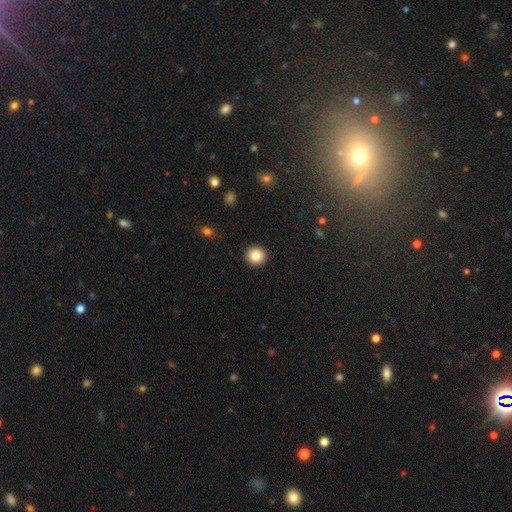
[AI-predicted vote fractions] smooth-or-featured: smooth: 85% | star or artifact: 9% | featured or disk: 5%
  how-rounded: round: 93% | in between: 6% | cigar-shaped: 1%
  merging: none: 92% | minor disturbance: 5% | major disturbance: 2% | merger: 1%